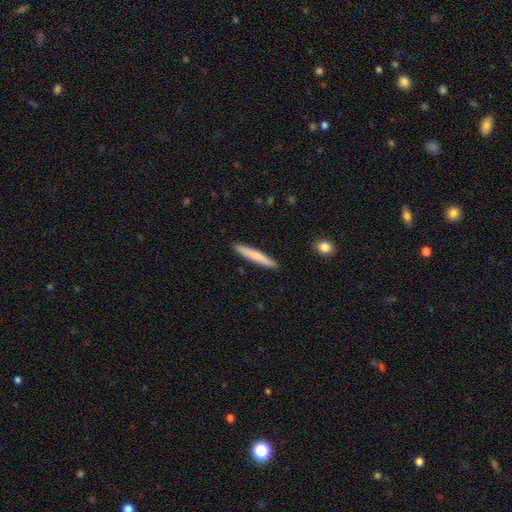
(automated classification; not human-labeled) A smooth galaxy with no disk features (73%) that is cigar-shaped (95%). Merging: none (91%).